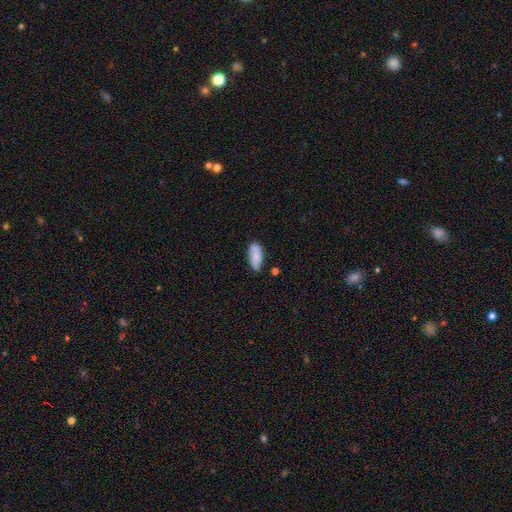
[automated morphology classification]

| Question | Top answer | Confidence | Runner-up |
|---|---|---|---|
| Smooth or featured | smooth | 80% | featured or disk (13%) |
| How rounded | in between | 86% | cigar-shaped (12%) |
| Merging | none | 71% | minor disturbance (22%) |